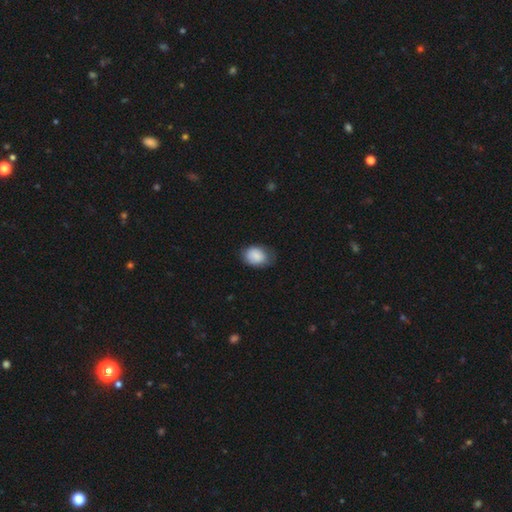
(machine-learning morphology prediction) A smooth galaxy with no disk features (85%) that is in between round and cigar-shaped (72%). Merging: none (65%).